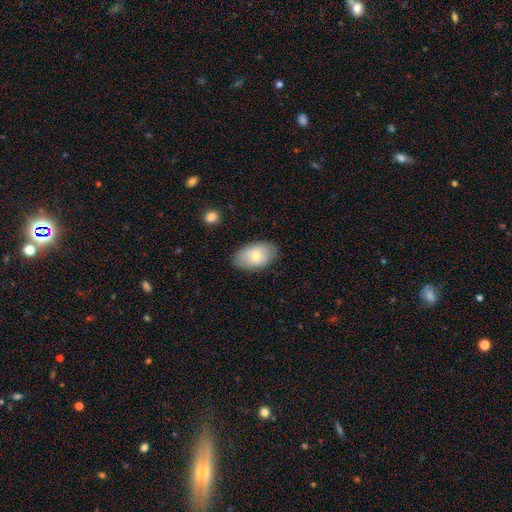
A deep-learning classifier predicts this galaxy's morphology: smooth 71%, featured or disk 23%, star or artifact 6%. Down the decision tree: how rounded — in between (91%); merging — none (81%).